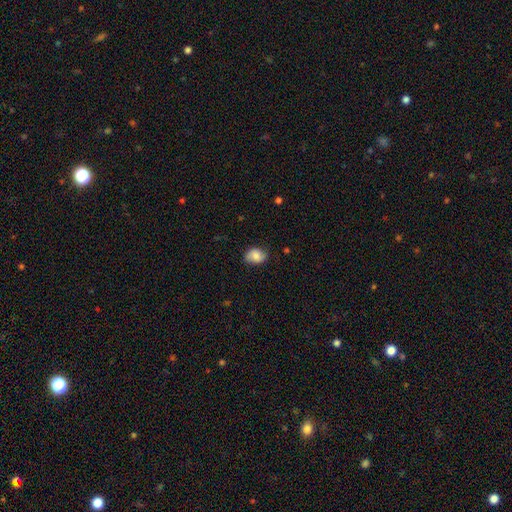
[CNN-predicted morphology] type=smooth (72%); roundness=in between (68%); merging=none (72%).